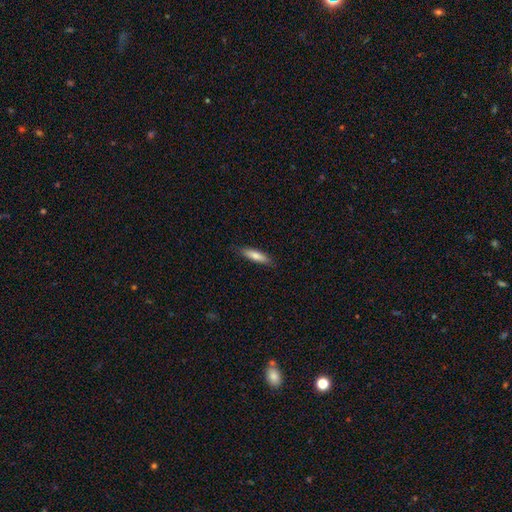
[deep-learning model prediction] A smooth galaxy with no disk features (76%) that is cigar-shaped (70%). Merging: none (87%).